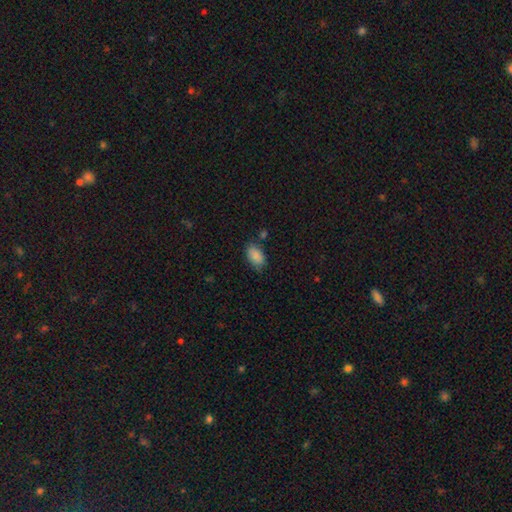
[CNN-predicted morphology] A smooth galaxy with no disk features (87%) that is in between round and cigar-shaped (92%).

Vote fractions:
- Smooth or featured? smooth: 87% / star or artifact: 7% / featured or disk: 5%
- How rounded? in between: 92% / round: 7% / cigar-shaped: 2%
- Merging? none: 72% / minor disturbance: 19% / merger: 4% / major disturbance: 4%